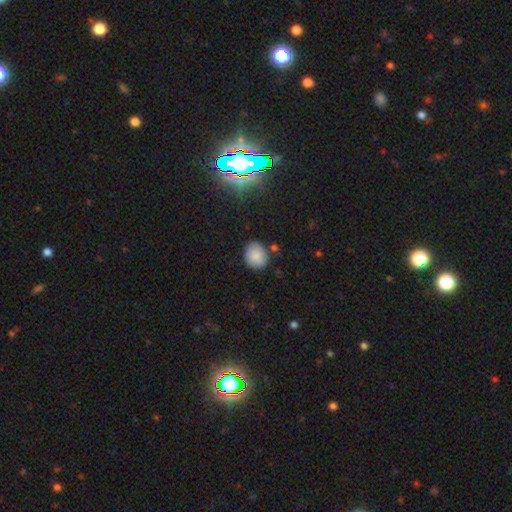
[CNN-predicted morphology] Overall: smooth (84%). How rounded: round (67%; in between 32%). Merging: none (77%).